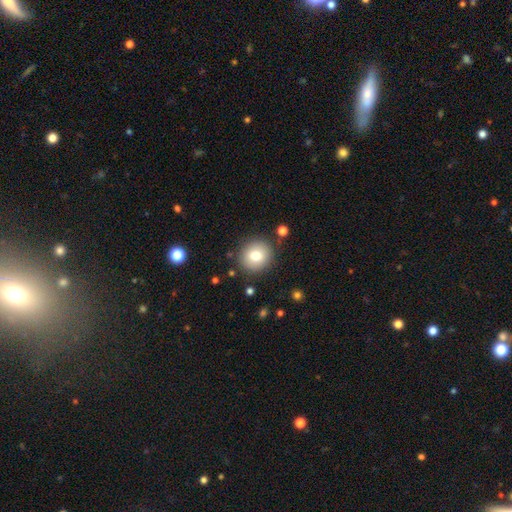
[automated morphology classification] This is likely a smooth galaxy (77%). How rounded: clearly round (89%). Merging: clearly none (87%).